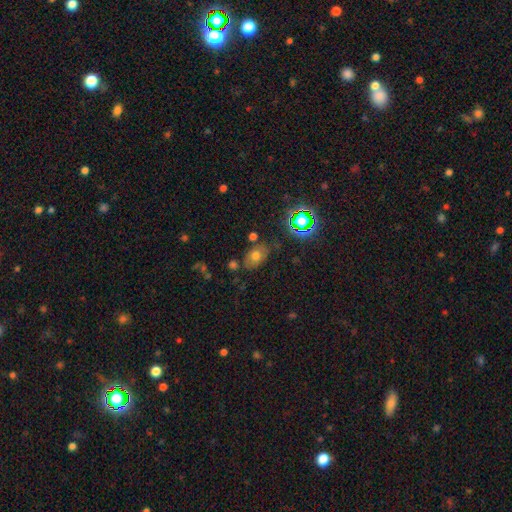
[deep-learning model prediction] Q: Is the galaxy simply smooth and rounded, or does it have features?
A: smooth — 62%.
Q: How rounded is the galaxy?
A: in between — 78%.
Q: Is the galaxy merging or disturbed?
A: none — 70%.